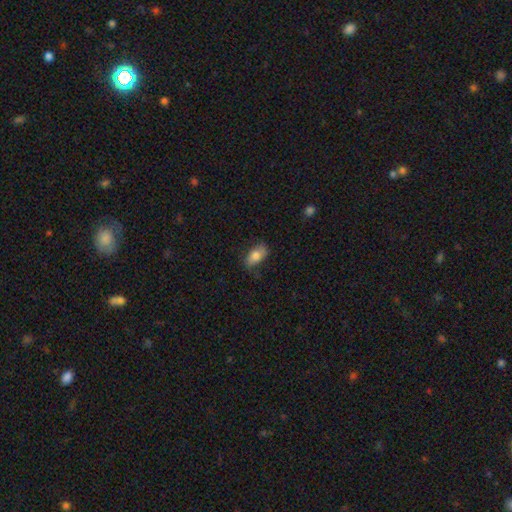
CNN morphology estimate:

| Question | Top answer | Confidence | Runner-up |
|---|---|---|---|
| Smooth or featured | smooth | 78% | featured or disk (15%) |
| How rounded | in between | 91% | round (5%) |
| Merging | none | 74% | minor disturbance (20%) |